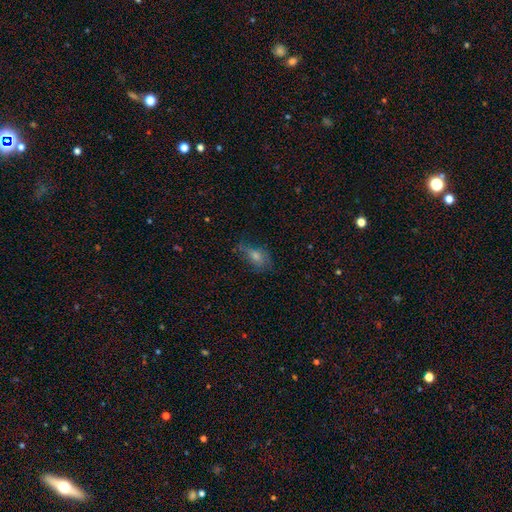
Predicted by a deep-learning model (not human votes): Smooth or featured?
  - smooth: 49% *
  - featured or disk: 30%
  - star or artifact: 21%
Merging?
  - none: 52% *
  - minor disturbance: 28%
  - major disturbance: 17%
  - merger: 3%